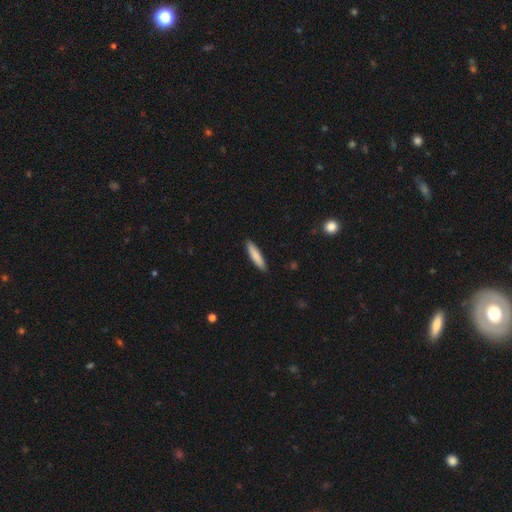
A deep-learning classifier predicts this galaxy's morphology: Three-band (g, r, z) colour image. It shows a smooth galaxy with no disk features (84%) that is cigar-shaped (84%). Merging: none (90%).